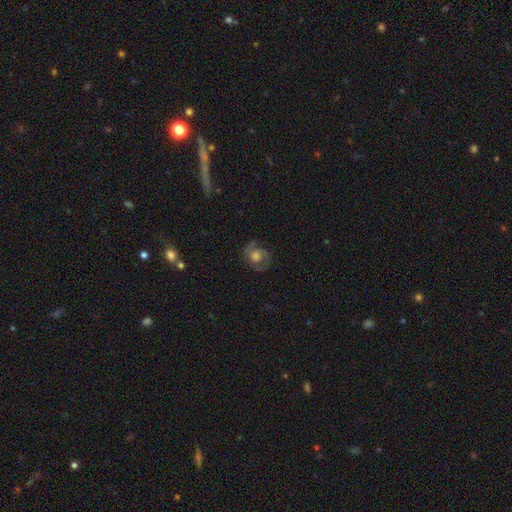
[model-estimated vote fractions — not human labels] Smooth or featured?
  - featured or disk: 68% *
  - smooth: 22%
  - star or artifact: 10%
Edge-on disk?
  - no: 97% *
  - yes: 3%
Bar?
  - no: 72% *
  - weak: 24%
  - strong: 4%
Spiral arms?
  - yes: 89% *
  - no: 11%
Spiral winding?
  - medium: 48% *
  - tight: 37%
  - loose: 15%
Spiral arm count?
  - 2: 75% *
  - can't tell: 12%
  - 3: 5%
  - 1: 4%
  - 4: 2%
  - more than 4: 2%
Bulge size?
  - moderate: 45% *
  - large: 32%
  - small: 14%
  - none: 6%
  - dominant: 3%
Merging?
  - none: 75% *
  - minor disturbance: 15%
  - major disturbance: 8%
  - merger: 1%